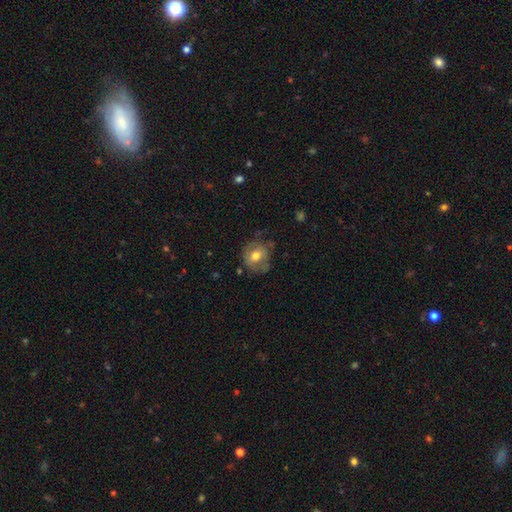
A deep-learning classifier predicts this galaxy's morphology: smooth_or_featured: smooth (p=0.59) [alt: featured or disk p=0.33]
how_rounded: round (p=0.78) [alt: in between p=0.22]
merging: none (p=0.63) [alt: minor disturbance p=0.25]